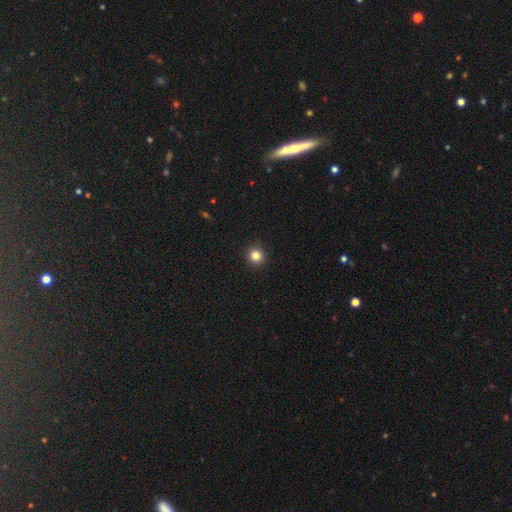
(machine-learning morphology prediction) smooth-or-featured: smooth: 83% | star or artifact: 12% | featured or disk: 5%
  how-rounded: round: 91% | in between: 8% | cigar-shaped: 1%
  merging: none: 93% | minor disturbance: 5% | major disturbance: 1% | merger: 1%